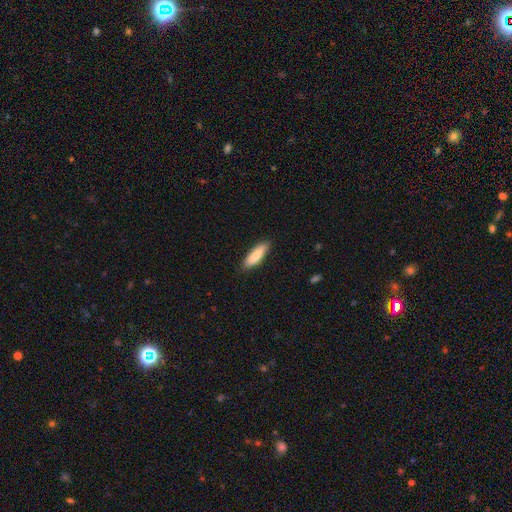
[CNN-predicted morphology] This is clearly a smooth galaxy (81%). How rounded: possibly cigar-shaped (58%). Merging: clearly none (88%).